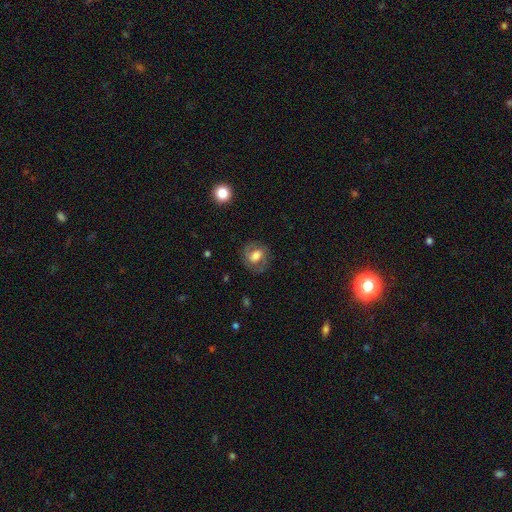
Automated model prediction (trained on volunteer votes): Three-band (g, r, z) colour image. It shows a smooth galaxy with no disk features (49%). Merging: none (75%).